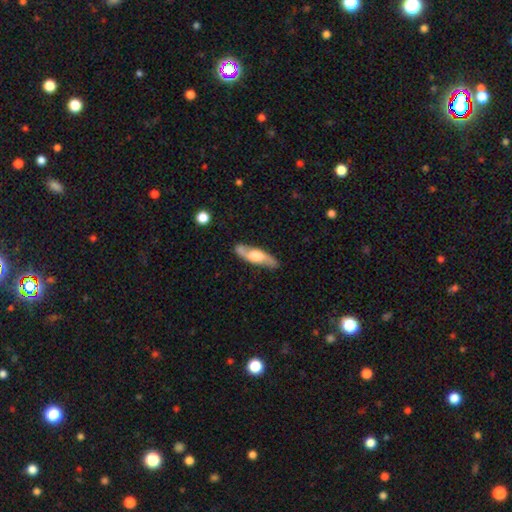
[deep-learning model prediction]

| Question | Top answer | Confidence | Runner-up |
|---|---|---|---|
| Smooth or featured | featured or disk | 68% | smooth (27%) |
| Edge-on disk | no | 56% | yes (44%) |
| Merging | none | 82% | minor disturbance (13%) |